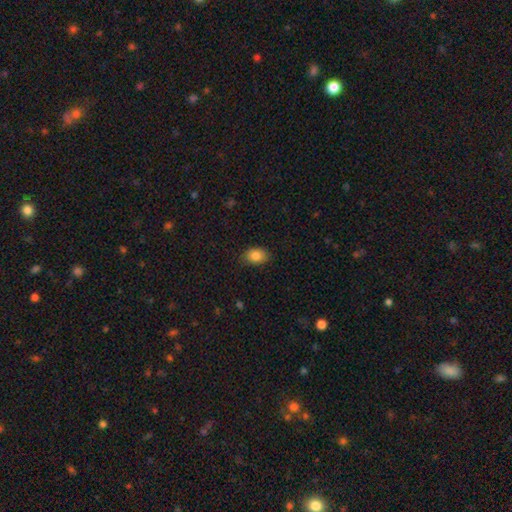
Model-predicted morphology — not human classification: type=smooth (85%); roundness=in between (76%); merging=none (84%).